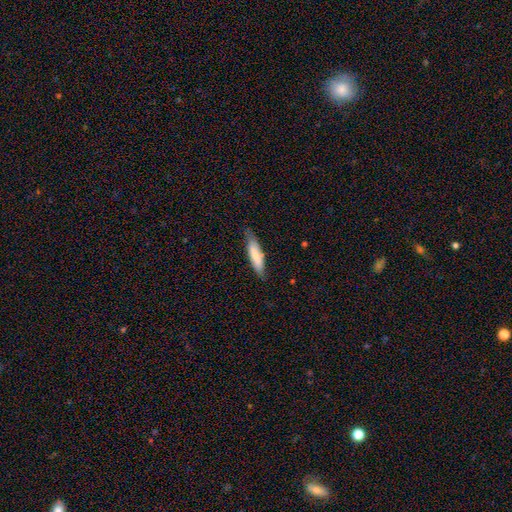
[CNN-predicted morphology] smooth-or-featured: smooth: 73% | featured or disk: 21% | star or artifact: 6%
  how-rounded: cigar-shaped: 75% | in between: 24% | round: 1%
  merging: none: 78% | minor disturbance: 18% | major disturbance: 3% | merger: 1%